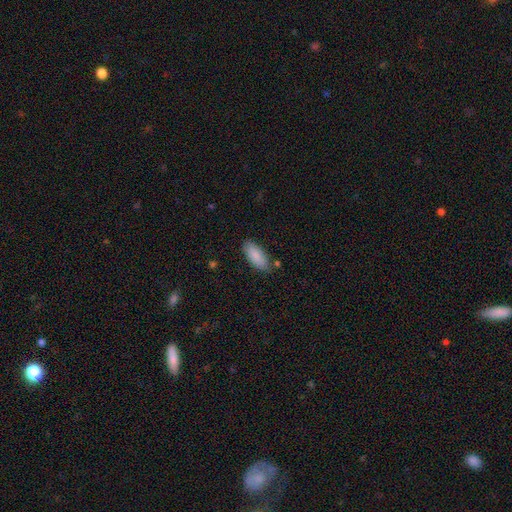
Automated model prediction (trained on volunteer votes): This is clearly a smooth galaxy (89%). How rounded: clearly in between (82%). Merging: clearly none (83%).